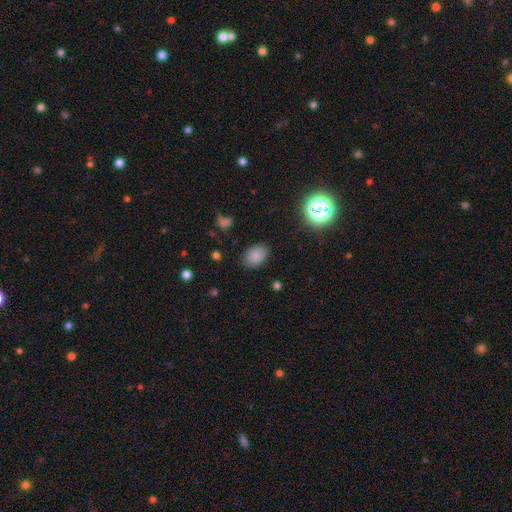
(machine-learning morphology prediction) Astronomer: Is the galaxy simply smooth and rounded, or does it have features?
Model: smooth — 82%.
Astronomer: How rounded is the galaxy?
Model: in between — 83%.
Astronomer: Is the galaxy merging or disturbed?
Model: none — 84%.